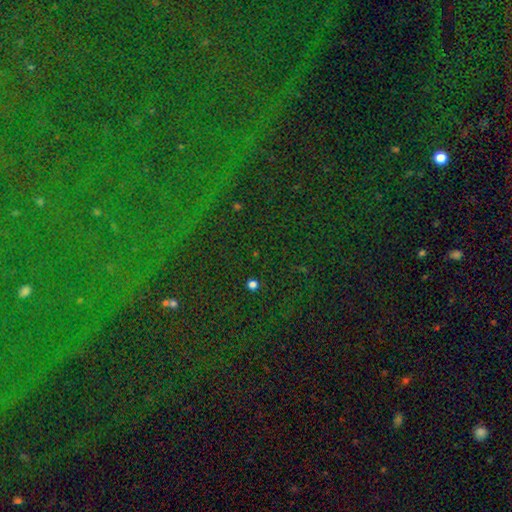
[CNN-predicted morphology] This is clearly a star or artifact rather than a galaxy (84%).